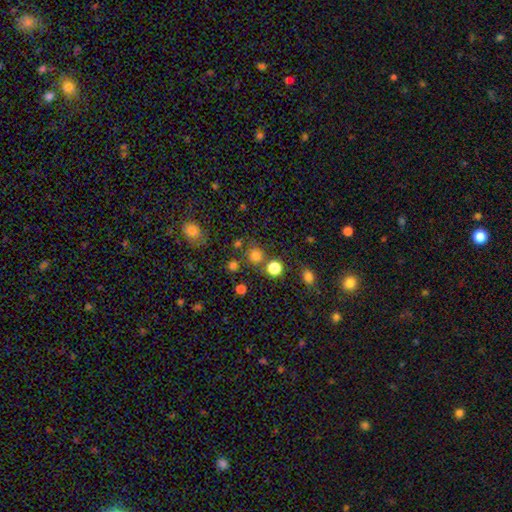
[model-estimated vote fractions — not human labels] The model was most divided on "merging": none: 70%, merger: 15%, minor disturbance: 10%, major disturbance: 5%. More confident: how rounded — round (88%); smooth or featured — smooth (75%).